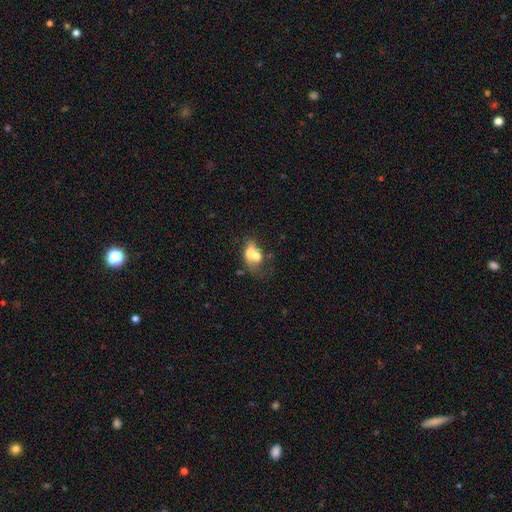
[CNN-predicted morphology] Smooth or featured? smooth (54%)
How rounded? in between (71%)
Merging? merger (62%)